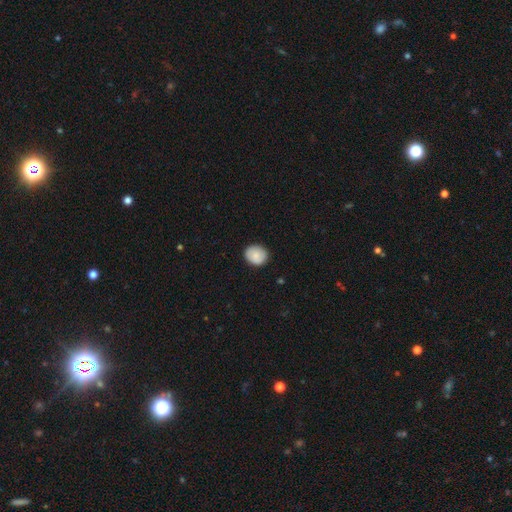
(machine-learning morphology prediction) smooth 84%, featured or disk 9%, star or artifact 7%. Down the decision tree: how rounded — round (69%); merging — none (86%).